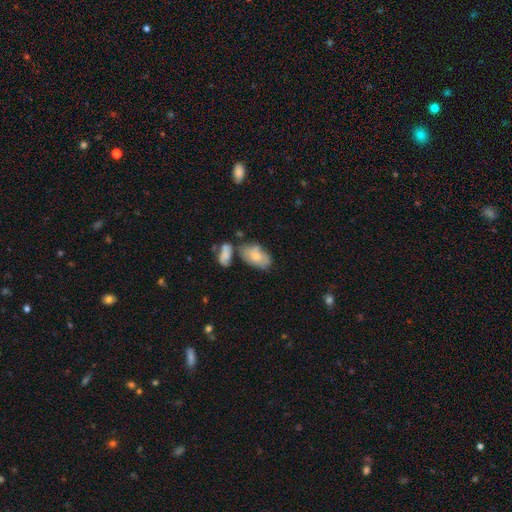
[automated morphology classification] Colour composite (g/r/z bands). It shows a smooth galaxy with no disk features (67%) that is in between round and cigar-shaped (92%). Merging: none (45%).